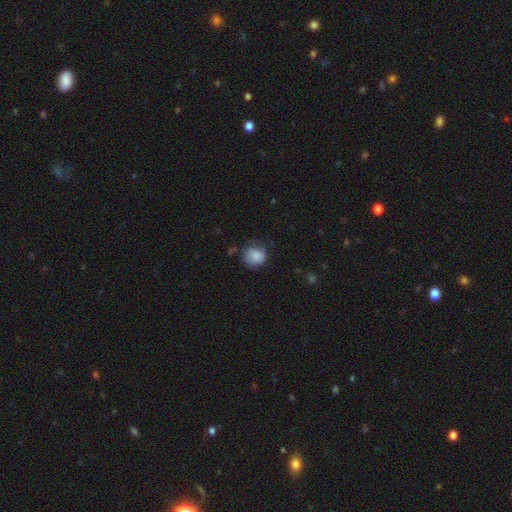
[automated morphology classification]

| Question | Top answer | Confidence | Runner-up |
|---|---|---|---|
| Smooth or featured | smooth | 78% | featured or disk (14%) |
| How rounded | round | 81% | in between (18%) |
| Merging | none | 62% | minor disturbance (26%) |